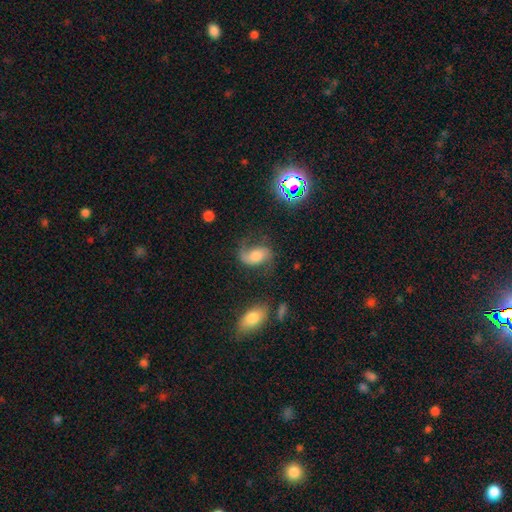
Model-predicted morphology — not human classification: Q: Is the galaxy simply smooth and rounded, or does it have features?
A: featured or disk — 61%.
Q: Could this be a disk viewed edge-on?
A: no — 97%.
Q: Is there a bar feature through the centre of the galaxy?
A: no — 50%.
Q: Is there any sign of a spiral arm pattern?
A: yes — 91%.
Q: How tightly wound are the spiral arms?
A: loose — 55%.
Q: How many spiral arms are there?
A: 2 — 73%.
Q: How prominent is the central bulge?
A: moderate — 39%.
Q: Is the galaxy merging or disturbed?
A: none — 53%.